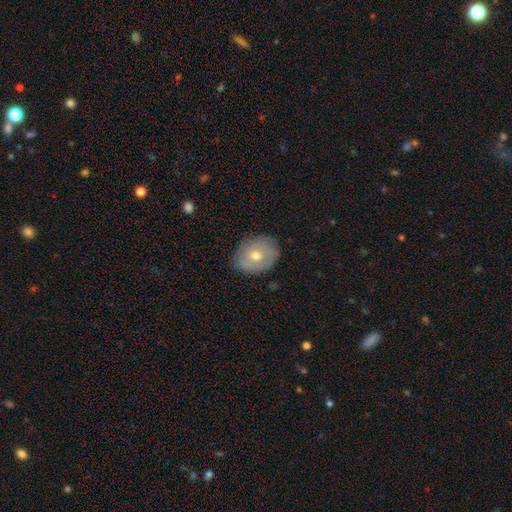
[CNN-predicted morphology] smooth_or_featured: smooth (p=0.52) [alt: featured or disk p=0.40]
how_rounded: in between (p=0.55) [alt: round p=0.44]
merging: none (p=0.80) [alt: minor disturbance p=0.16]